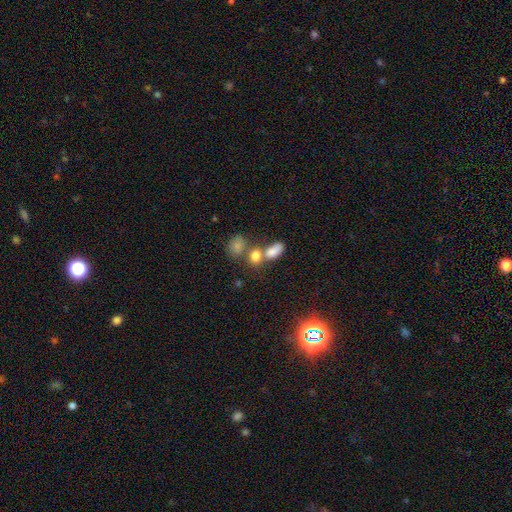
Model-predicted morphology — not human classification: smooth 77%, star or artifact 13%, featured or disk 11%. Down the decision tree: how rounded — in between (62%); merging — merger (45%).